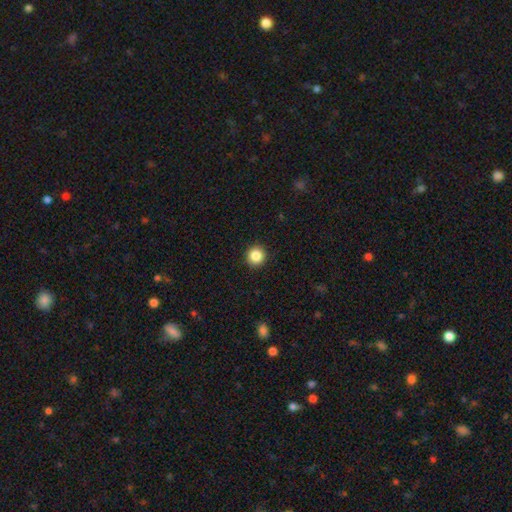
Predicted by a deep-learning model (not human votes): The model was most divided on "smooth or featured": smooth: 86%, star or artifact: 10%, featured or disk: 4%. More confident: how rounded — round (95%); merging — none (93%).